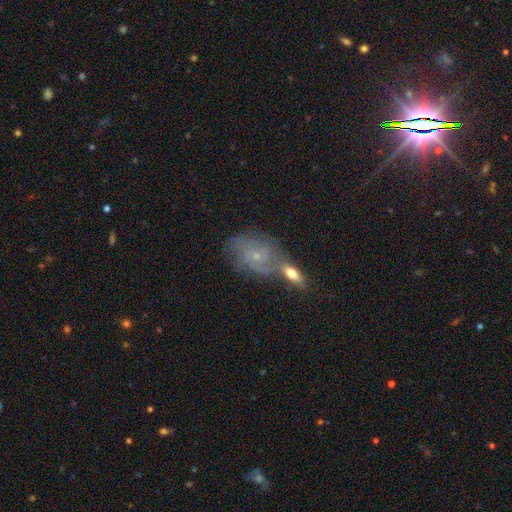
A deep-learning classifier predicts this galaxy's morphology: A featured or disk galaxy (65%) with no bar (76%), tight (50%) spiral arms (85%) and a small central bulge (80%).

Vote fractions:
- Smooth or featured? featured or disk: 65% / smooth: 24% / star or artifact: 10%
- Edge-on disk? no: 95% / yes: 5%
- Bar? no: 76% / weak: 20% / strong: 3%
- Spiral arms? yes: 85% / no: 15%
- Spiral winding? tight: 50% / medium: 37% / loose: 14%
- Spiral arm count? can't tell: 42% / 2: 24% / 3: 16% / 4: 7% / 1: 5% / more than 4: 5%
- Bulge size? small: 80% / moderate: 15% / none: 3% / large: 1% / dominant: 1%
- Merging? none: 46% / merger: 30% / minor disturbance: 17% / major disturbance: 8%